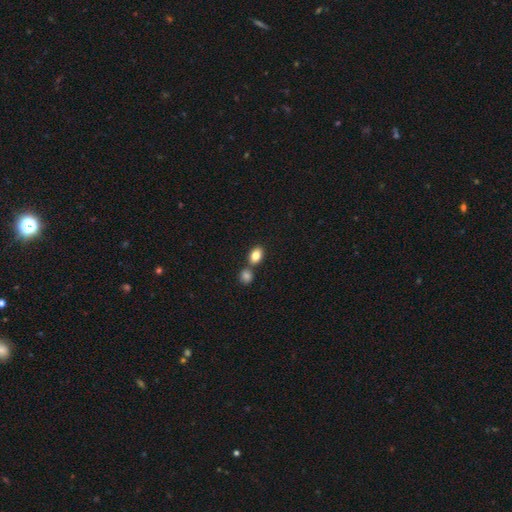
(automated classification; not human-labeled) Morphology: type=smooth (83%); roundness=in between (80%); merging=none (59%).